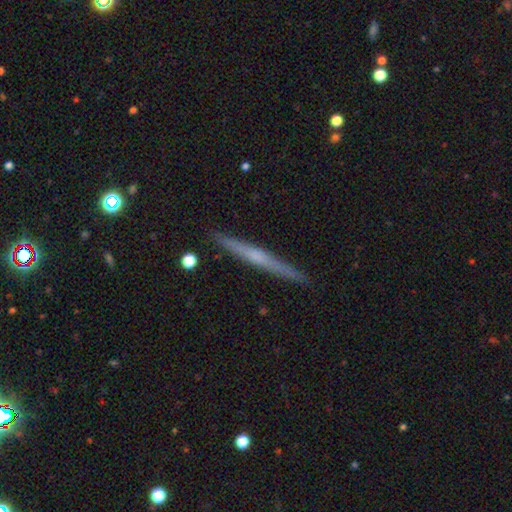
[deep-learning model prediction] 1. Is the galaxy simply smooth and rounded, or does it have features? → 65% featured or disk, 29% smooth, 6% star or artifact.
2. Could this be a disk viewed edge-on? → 98% yes, 2% no.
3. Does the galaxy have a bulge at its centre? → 48% rounded, 44% none, 8% boxy.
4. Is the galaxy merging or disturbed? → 92% none, 6% minor disturbance, 1% major disturbance, 1% merger.